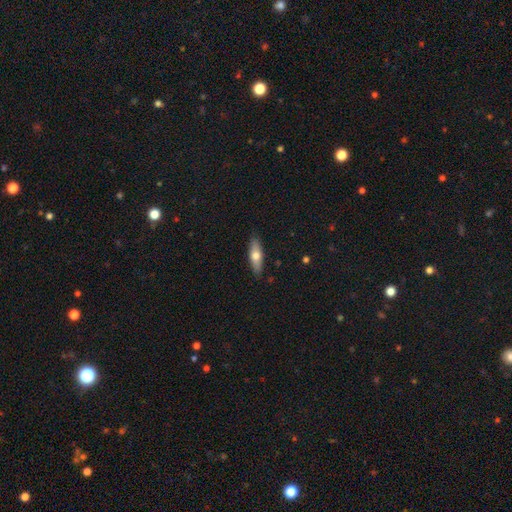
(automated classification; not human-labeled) smooth 61%, featured or disk 33%, star or artifact 6%. Down the decision tree: how rounded — in between (50%); merging — none (88%).